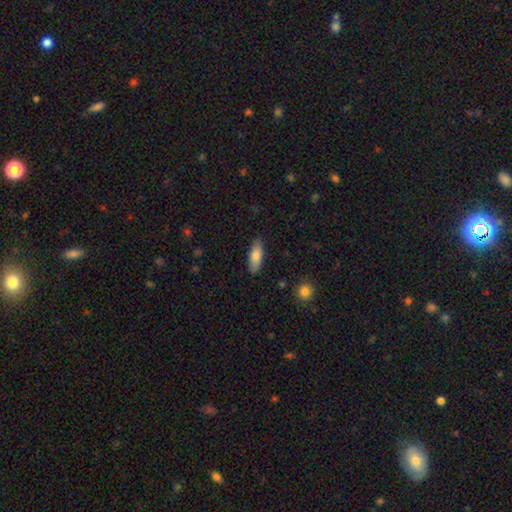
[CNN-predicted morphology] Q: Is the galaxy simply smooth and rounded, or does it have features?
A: smooth — 80%.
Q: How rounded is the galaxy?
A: in between — 72%.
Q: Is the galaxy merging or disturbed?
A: none — 87%.